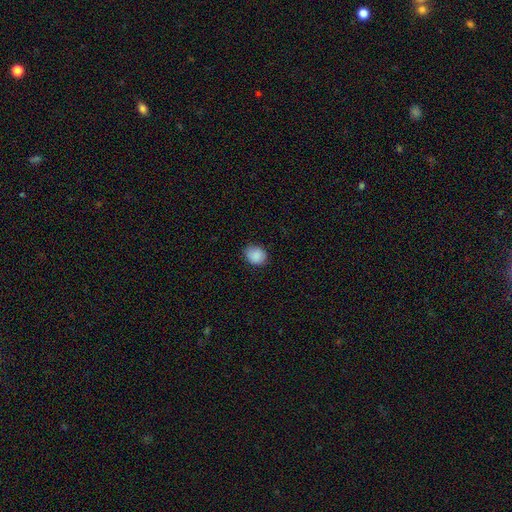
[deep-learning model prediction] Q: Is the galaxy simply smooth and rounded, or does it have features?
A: smooth — 89%.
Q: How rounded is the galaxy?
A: round — 58%.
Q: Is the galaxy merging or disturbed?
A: none — 82%.